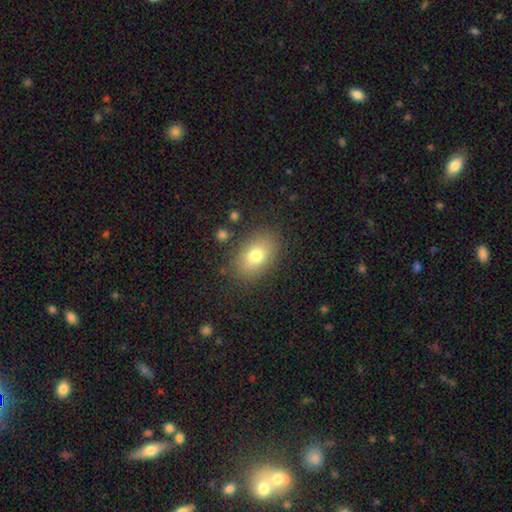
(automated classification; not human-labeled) smooth 76%, featured or disk 14%, star or artifact 10%. Down the decision tree: how rounded — in between (81%); merging — none (84%).